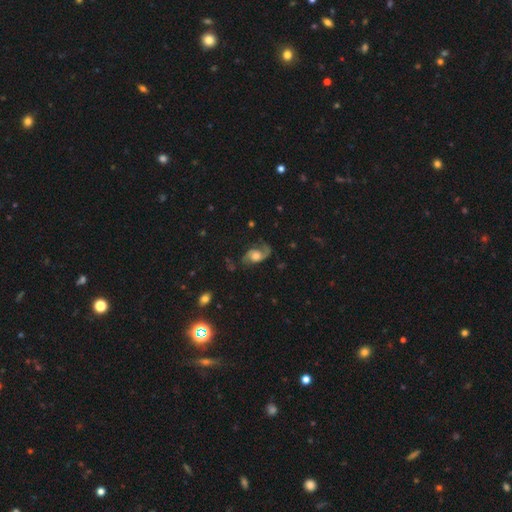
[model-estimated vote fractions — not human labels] Overall: featured or disk (78%). Edge-on disk: no (96%). Bar: no (69%). Spiral arms: yes (94%). Spiral arm count: 2 (84%). Spiral winding: loose (46%; medium 41%). Bulge size: moderate (57%; large 23%). Merging: none (66%).